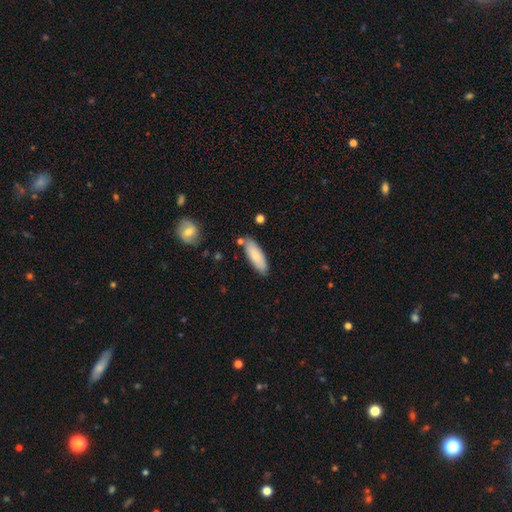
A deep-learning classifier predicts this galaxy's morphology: type=smooth (80%); roundness=in between (61%); merging=none (78%).